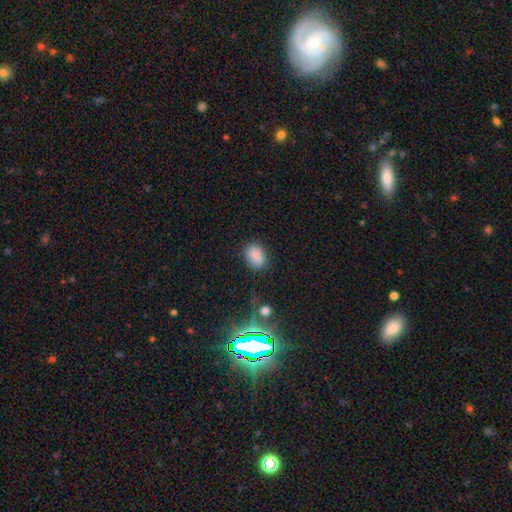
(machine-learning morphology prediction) Q: Smooth or featured?
A: smooth (79%); runner-up: star or artifact (12%)
Q: How rounded?
A: in between (68%); runner-up: round (31%)
Q: Merging?
A: none (75%); runner-up: minor disturbance (16%)